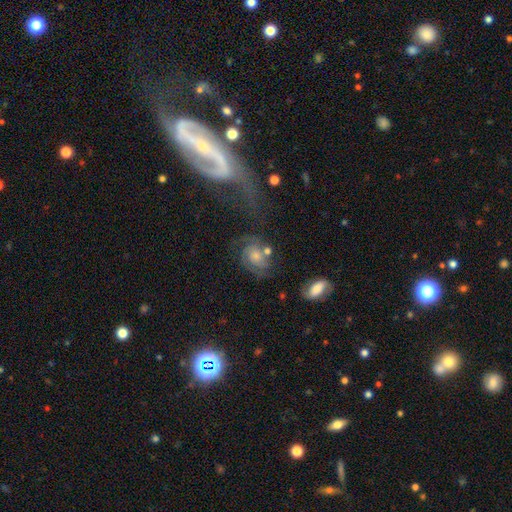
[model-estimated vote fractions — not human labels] This is likely a featured or disk galaxy (67%). It is clearly not viewed edge-on (96%). Bar: likely no (63%). Spiral arm pattern: clearly yes (88%). Spiral arm count: possibly 2 (59%). Spiral winding: marginally medium (41%, tied with tight). Central bulge: marginally moderate (43%). Merging: possibly none (51%).